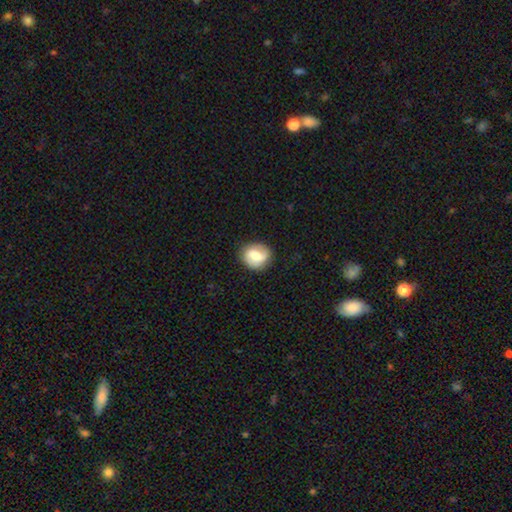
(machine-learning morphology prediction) smooth-or-featured: featured or disk: 49% | smooth: 44% | star or artifact: 7%
  merging: none: 83% | minor disturbance: 12% | major disturbance: 4% | merger: 1%